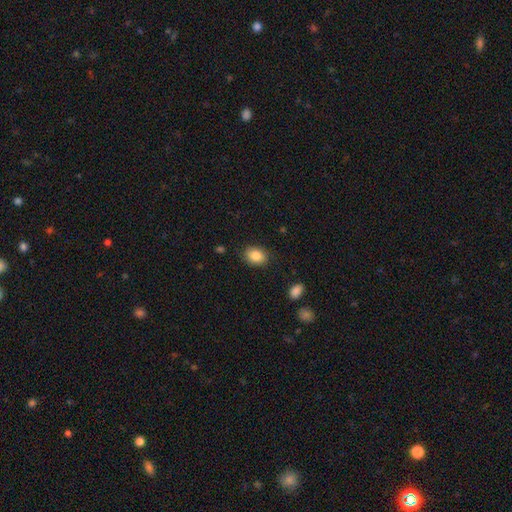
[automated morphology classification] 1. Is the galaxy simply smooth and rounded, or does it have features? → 86% smooth, 8% star or artifact, 6% featured or disk.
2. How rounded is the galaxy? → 70% in between, 29% round, 1% cigar-shaped.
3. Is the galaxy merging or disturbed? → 84% none, 12% minor disturbance, 3% major disturbance, 1% merger.